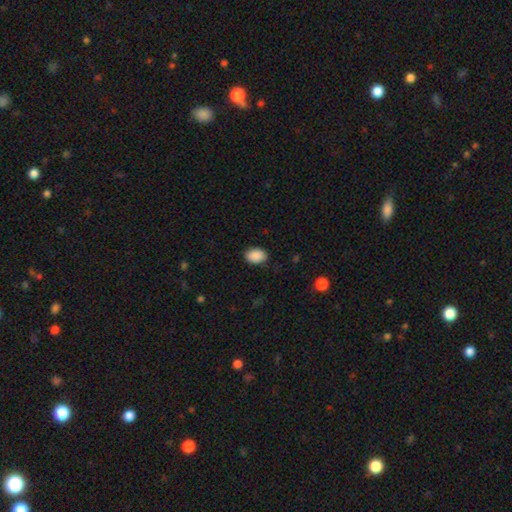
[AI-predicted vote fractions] smooth_or_featured: smooth (p=0.90) [alt: star or artifact p=0.07]
how_rounded: in between (p=0.79) [alt: round p=0.20]
merging: none (p=0.86) [alt: minor disturbance p=0.11]